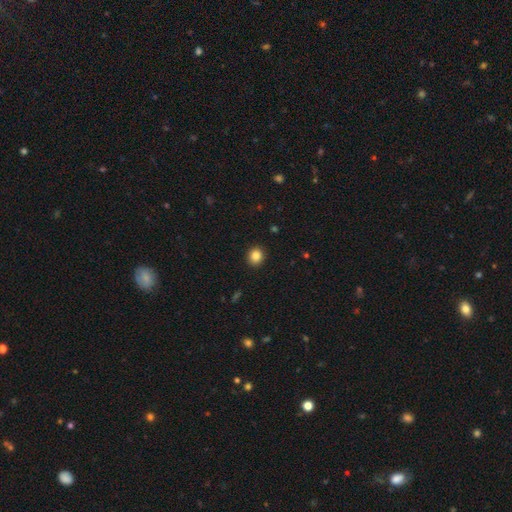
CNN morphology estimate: A smooth galaxy with no disk features (86%) that is round (82%).

Vote fractions:
- Smooth or featured? smooth: 86% / star or artifact: 10% / featured or disk: 4%
- How rounded? round: 82% / in between: 17% / cigar-shaped: 1%
- Merging? none: 91% / minor disturbance: 6% / major disturbance: 2% / merger: 1%